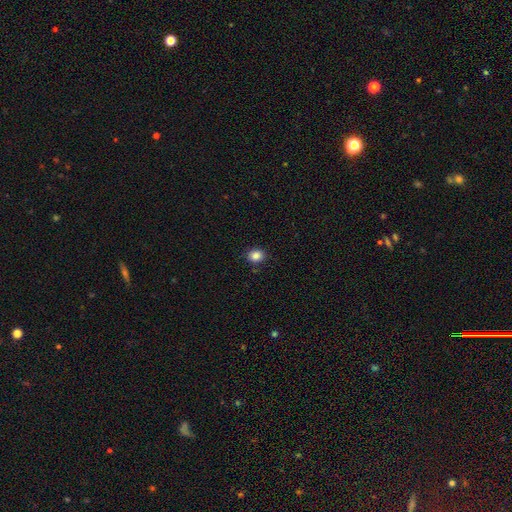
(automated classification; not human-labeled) Smooth or featured? smooth (86%)
How rounded? round (61%)
Merging? none (88%)